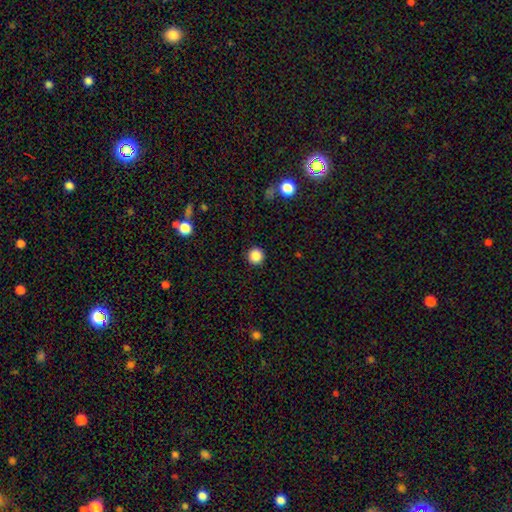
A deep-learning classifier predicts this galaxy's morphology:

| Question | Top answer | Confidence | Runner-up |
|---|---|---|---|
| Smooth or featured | smooth | 86% | star or artifact (11%) |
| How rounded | round | 96% | in between (3%) |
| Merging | none | 93% | minor disturbance (4%) |